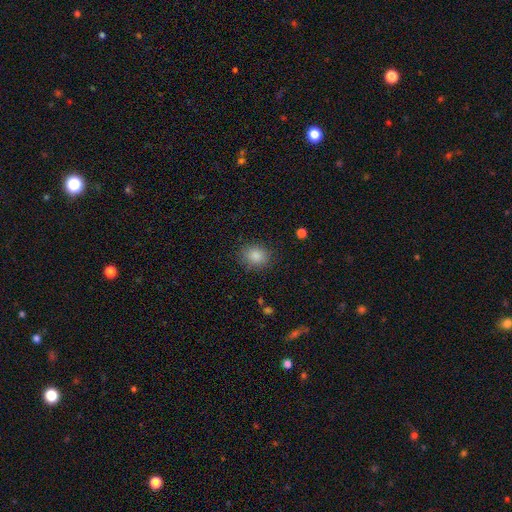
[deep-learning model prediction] A smooth galaxy with no disk features (85%) that is round (65%). Merging: none (85%).